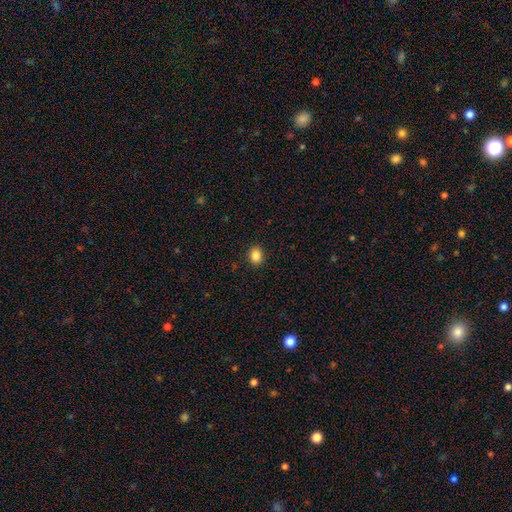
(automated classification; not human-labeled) Q: Smooth or featured?
A: smooth (86%); runner-up: star or artifact (10%)
Q: How rounded?
A: in between (50%); runner-up: round (49%)
Q: Merging?
A: none (90%); runner-up: minor disturbance (7%)